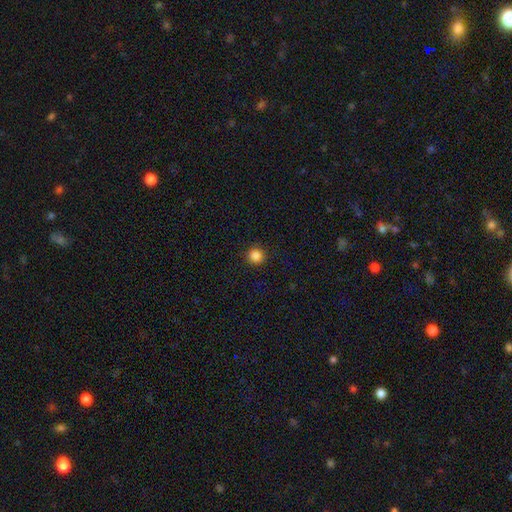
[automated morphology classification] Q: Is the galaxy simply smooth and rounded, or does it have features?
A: smooth — 86%.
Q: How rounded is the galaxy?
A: round — 95%.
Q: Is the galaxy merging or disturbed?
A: none — 92%.